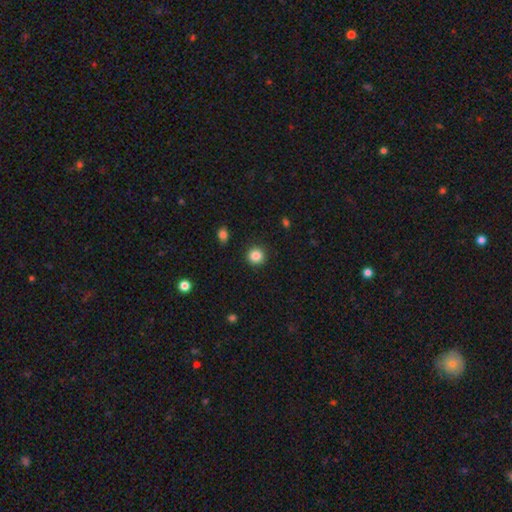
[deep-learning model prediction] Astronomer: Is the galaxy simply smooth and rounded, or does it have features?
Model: smooth — 86%.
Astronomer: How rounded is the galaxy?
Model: round — 93%.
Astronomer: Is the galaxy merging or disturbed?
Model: none — 92%.